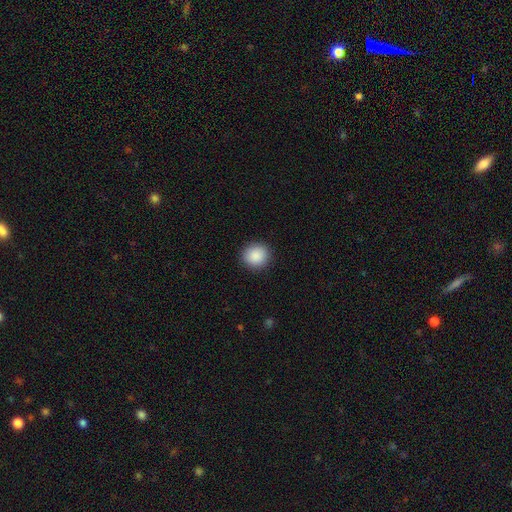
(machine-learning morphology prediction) This is clearly a smooth galaxy (89%). How rounded: clearly round (90%). Merging: clearly none (92%).